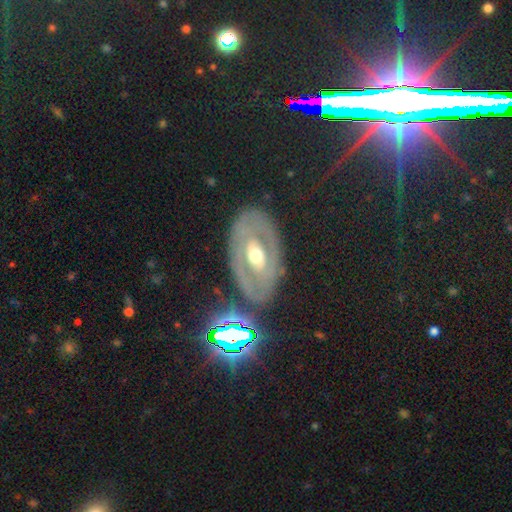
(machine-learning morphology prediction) The model was most divided on "spiral arms": no: 61%, yes: 39%. More confident: edge-on disk — no (92%); merging — none (77%); smooth or featured — featured or disk (74%); bulge size — moderate (74%); bar — no (54%).